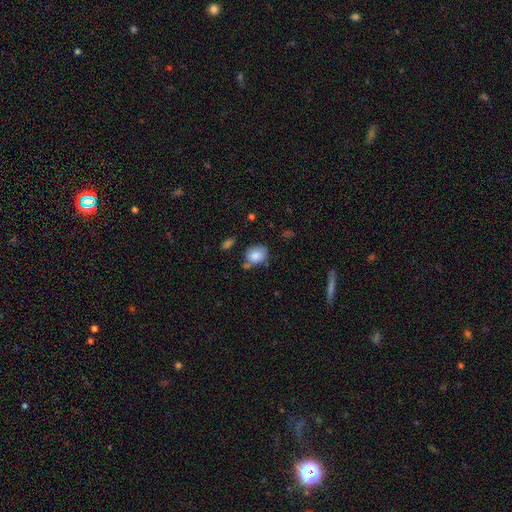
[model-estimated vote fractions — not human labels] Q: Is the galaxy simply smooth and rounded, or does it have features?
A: smooth — 84%.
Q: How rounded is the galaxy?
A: in between — 55%.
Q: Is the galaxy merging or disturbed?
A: none — 58%.